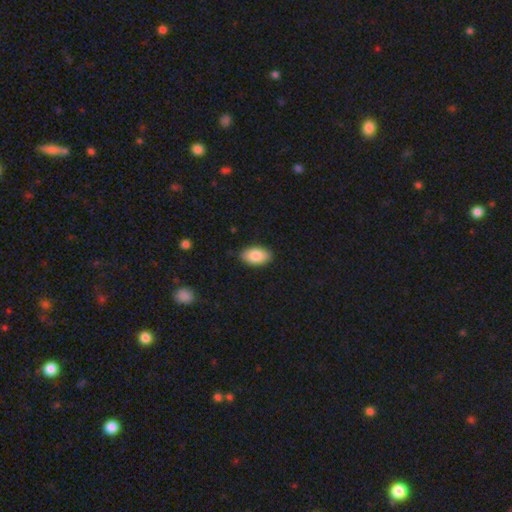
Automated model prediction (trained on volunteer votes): smooth-or-featured: smooth: 85% | featured or disk: 8% | star or artifact: 6%
  how-rounded: in between: 94% | round: 5% | cigar-shaped: 1%
  merging: none: 88% | minor disturbance: 10% | major disturbance: 2% | merger: 1%